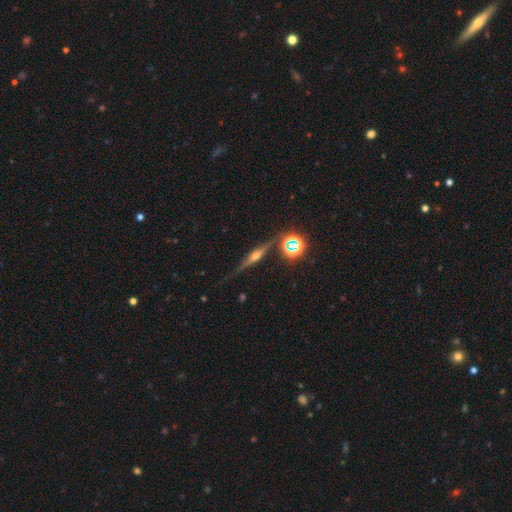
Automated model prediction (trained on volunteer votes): A featured or disk galaxy (71%) viewed edge-on (95%) with a rounded central bulge (90%).

Vote fractions:
- Smooth or featured? featured or disk: 71% / smooth: 15% / star or artifact: 15%
- Edge-on disk? yes: 95% / no: 5%
- Edge-on bulge? rounded: 90% / boxy: 7% / none: 3%
- Merging? none: 81% / minor disturbance: 12% / major disturbance: 4% / merger: 3%